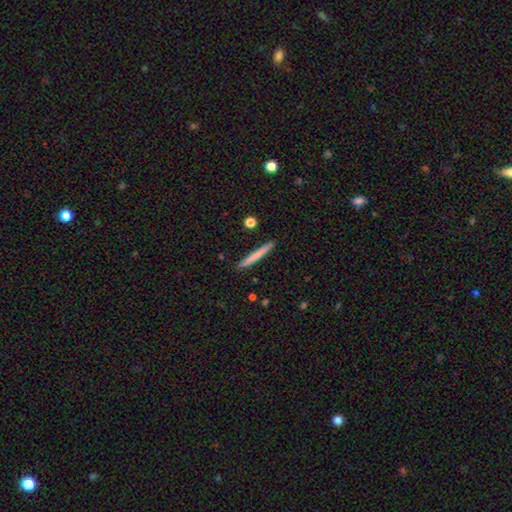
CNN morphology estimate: This is likely a smooth galaxy (69%). How rounded: clearly cigar-shaped (97%). Merging: clearly none (91%).